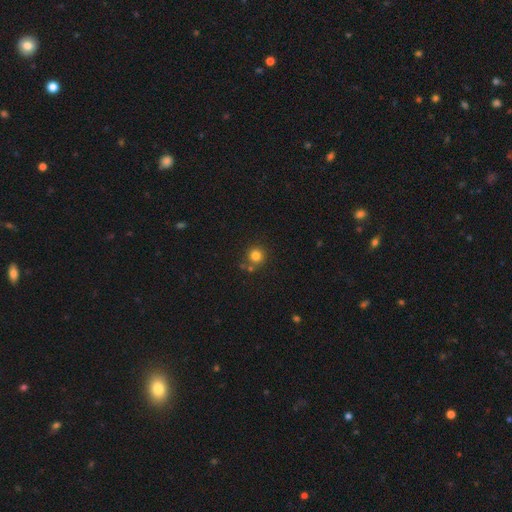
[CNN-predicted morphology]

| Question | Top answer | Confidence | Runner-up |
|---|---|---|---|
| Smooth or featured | smooth | 81% | star or artifact (13%) |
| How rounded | round | 93% | in between (6%) |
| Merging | none | 74% | merger (13%) |